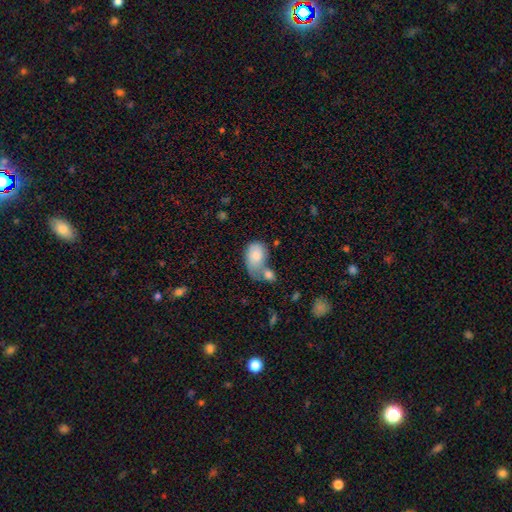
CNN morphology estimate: smooth-or-featured: smooth: 79% | featured or disk: 14% | star or artifact: 7%
  how-rounded: in between: 81% | round: 18% | cigar-shaped: 1%
  merging: merger: 51% | none: 20% | minor disturbance: 16% | major disturbance: 13%